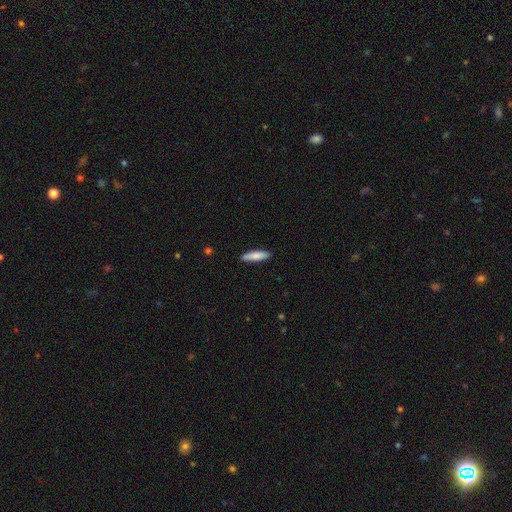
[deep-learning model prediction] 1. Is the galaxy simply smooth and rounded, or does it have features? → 81% smooth, 13% featured or disk, 5% star or artifact.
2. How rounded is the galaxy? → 74% cigar-shaped, 25% in between, 1% round.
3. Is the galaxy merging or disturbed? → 90% none, 8% minor disturbance, 1% major disturbance, 1% merger.